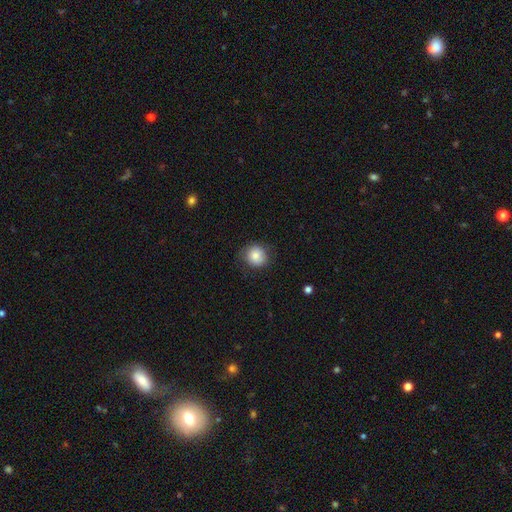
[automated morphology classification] type=smooth (79%); roundness=round (85%); merging=none (79%).